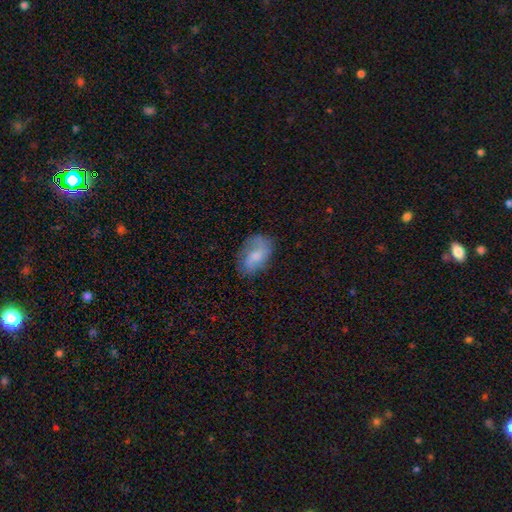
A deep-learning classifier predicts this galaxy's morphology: smooth 56%, featured or disk 36%, star or artifact 8%. Down the decision tree: how rounded — in between (86%); merging — none (66%).